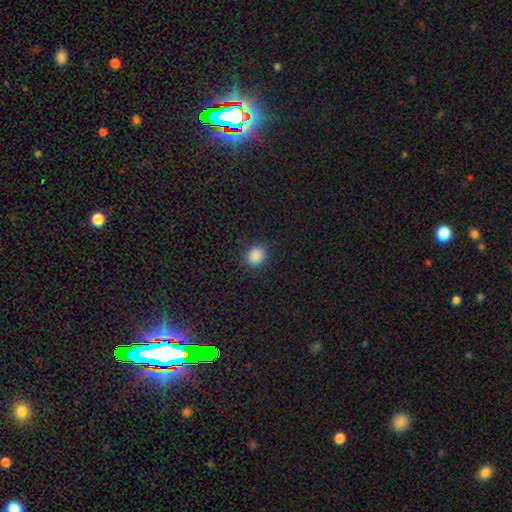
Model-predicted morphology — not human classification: smooth-or-featured: smooth: 87% | star or artifact: 11% | featured or disk: 3%
  how-rounded: round: 75% | in between: 24% | cigar-shaped: 1%
  merging: none: 88% | minor disturbance: 8% | major disturbance: 3% | merger: 1%